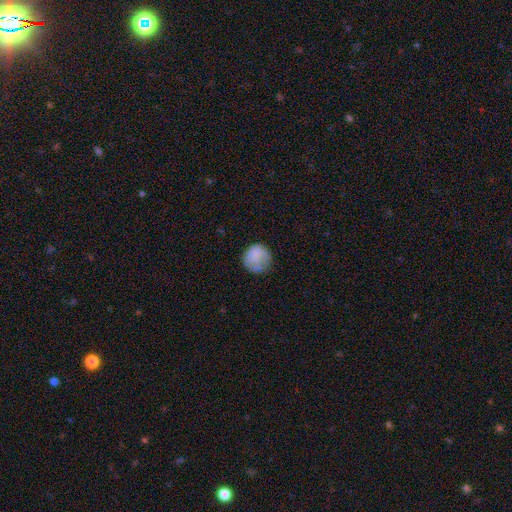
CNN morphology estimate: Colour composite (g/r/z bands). It shows a smooth galaxy with no disk features (76%) that is round (88%). Merging: none (65%).